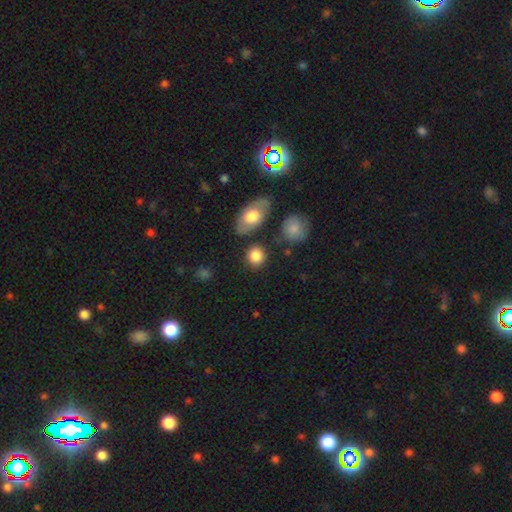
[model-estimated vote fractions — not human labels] Smooth or featured?
  - smooth: 85% *
  - featured or disk: 8%
  - star or artifact: 8%
How rounded?
  - round: 78% *
  - in between: 21%
  - cigar-shaped: 2%
Merging?
  - none: 79% *
  - minor disturbance: 11%
  - merger: 6%
  - major disturbance: 4%